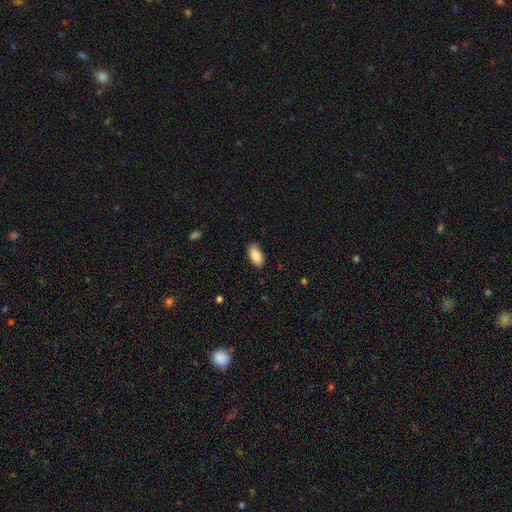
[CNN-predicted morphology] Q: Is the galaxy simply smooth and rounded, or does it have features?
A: smooth — 88%.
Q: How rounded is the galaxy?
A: in between — 94%.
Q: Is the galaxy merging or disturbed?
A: none — 85%.